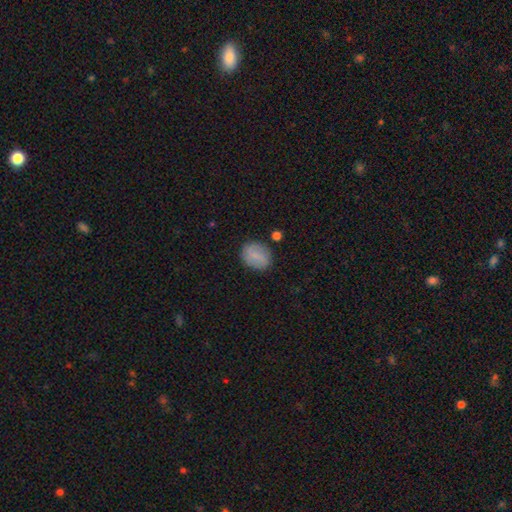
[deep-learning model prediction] smooth-or-featured: smooth: 75% | featured or disk: 18% | star or artifact: 8%
  how-rounded: round: 51% | in between: 47% | cigar-shaped: 2%
  merging: none: 80% | minor disturbance: 14% | major disturbance: 3% | merger: 3%